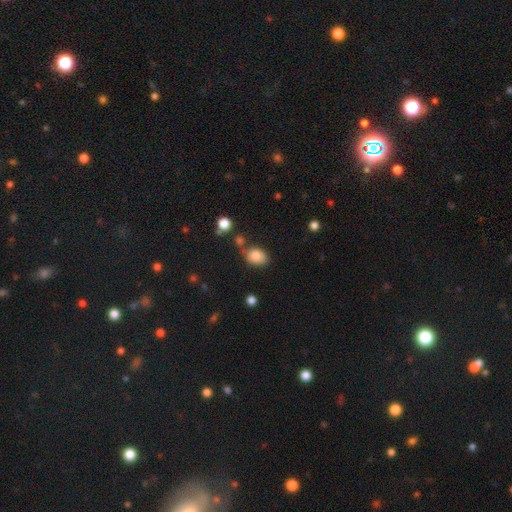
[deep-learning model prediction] This appears to be a smooth galaxy with no disk features (83%) that is in between round and cigar-shaped (75%). Merging: none (65%).